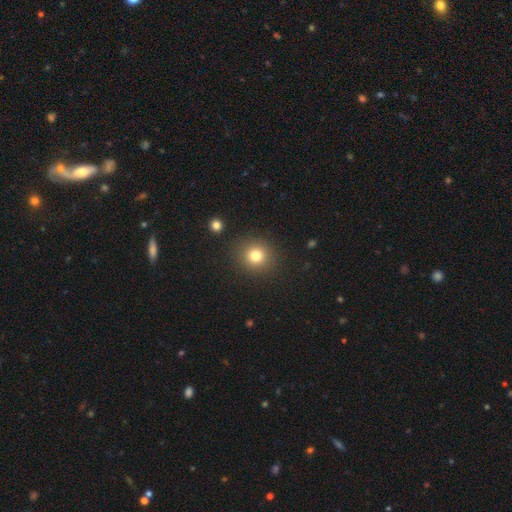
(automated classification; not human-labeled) Morphology: type=smooth (80%); roundness=round (90%); merging=none (88%).